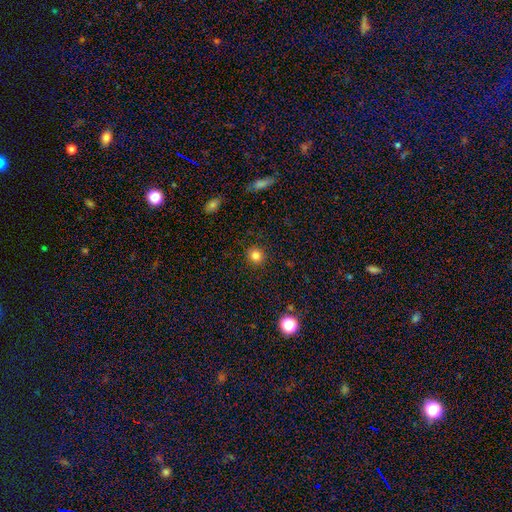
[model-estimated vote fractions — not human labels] Smooth or featured? Predicted: smooth (p=0.82). How rounded? Predicted: round (p=0.92). Merging? Predicted: none (p=0.91).